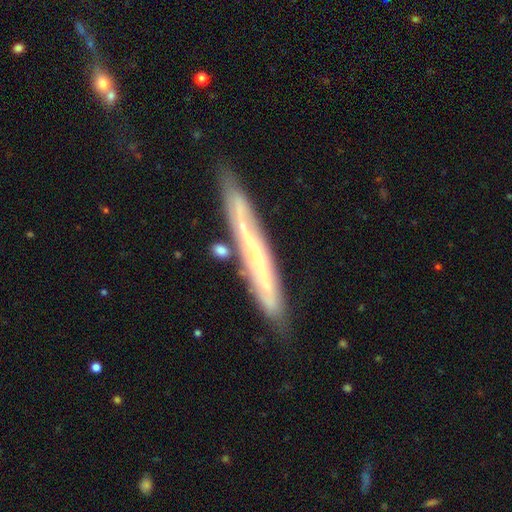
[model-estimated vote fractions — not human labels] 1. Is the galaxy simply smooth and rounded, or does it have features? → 64% featured or disk, 29% smooth, 7% star or artifact.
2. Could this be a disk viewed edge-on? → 79% yes, 21% no.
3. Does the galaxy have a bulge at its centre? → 73% none, 23% rounded, 4% boxy.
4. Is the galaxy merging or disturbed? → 78% none, 16% minor disturbance, 4% merger, 3% major disturbance.